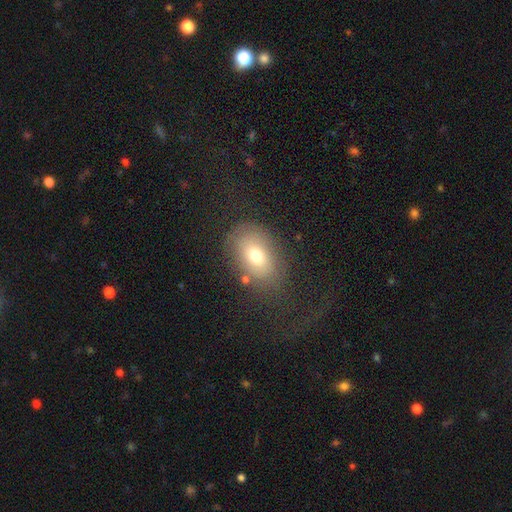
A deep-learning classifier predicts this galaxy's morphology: This appears to be a smooth galaxy with no disk features (68%) that is in between round and cigar-shaped (74%). Merging: none (69%).